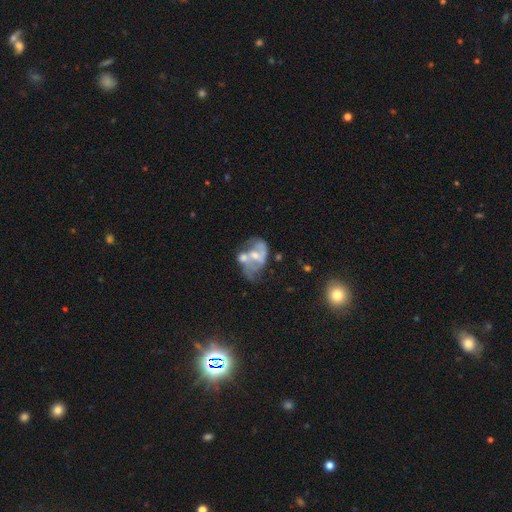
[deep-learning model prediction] Morphology: type=featured or disk (68%); edge-on=no (97%); bar=no (56%); spiral arms=yes (58%); bulge=moderate (53%); merging=merger (44%).